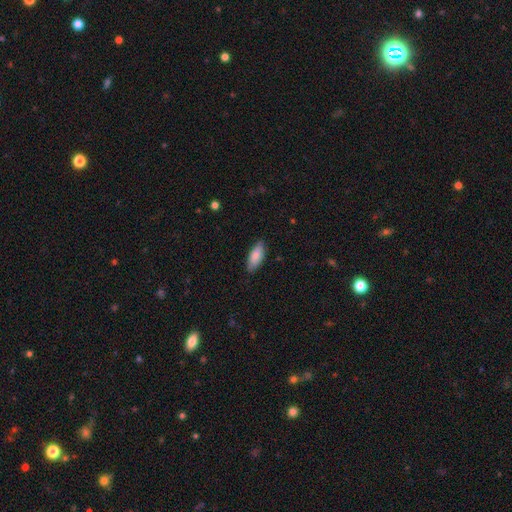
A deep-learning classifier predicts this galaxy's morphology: This is clearly a smooth galaxy (86%). How rounded: likely in between (76%). Merging: clearly none (84%).